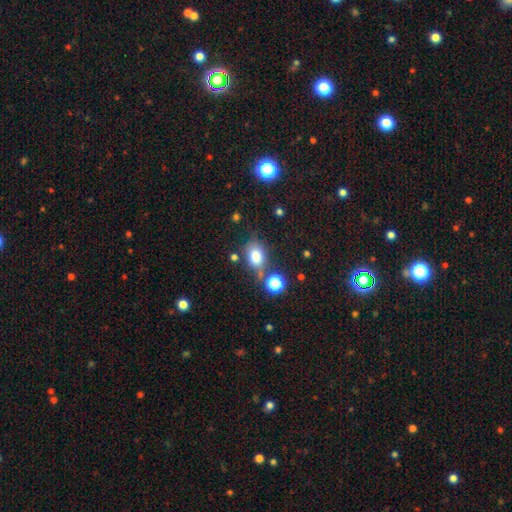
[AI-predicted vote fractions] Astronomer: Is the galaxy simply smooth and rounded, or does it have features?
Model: smooth — 79%.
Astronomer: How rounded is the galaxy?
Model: in between — 74%.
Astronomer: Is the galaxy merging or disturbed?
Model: none — 57%.